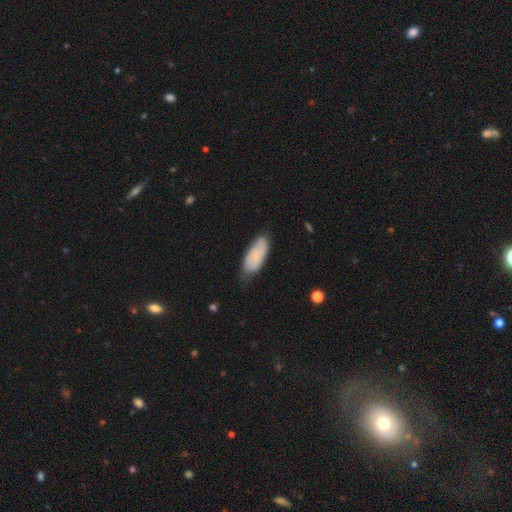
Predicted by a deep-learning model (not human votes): A smooth galaxy with no disk features (76%) that is in between round and cigar-shaped (82%). Merging: none (63%).